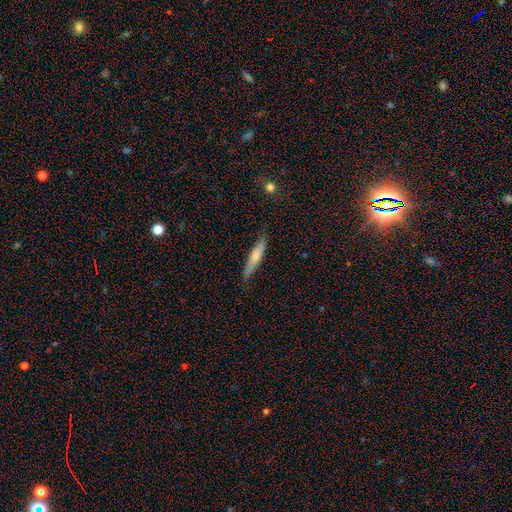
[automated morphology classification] A smooth galaxy with no disk features (62%) that is cigar-shaped (87%). Merging: none (80%).